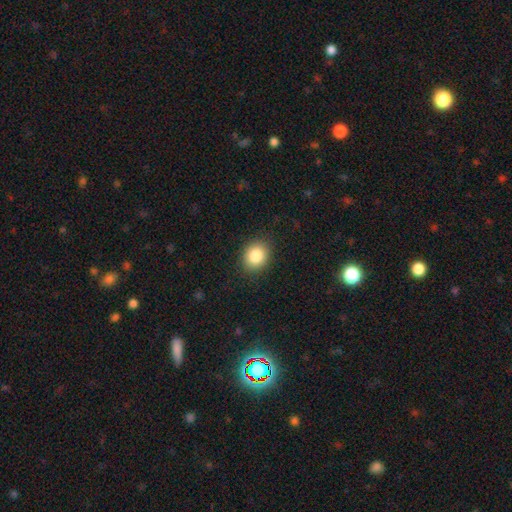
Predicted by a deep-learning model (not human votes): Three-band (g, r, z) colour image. It shows a smooth galaxy with no disk features (85%) that is round (54%). Merging: none (88%).